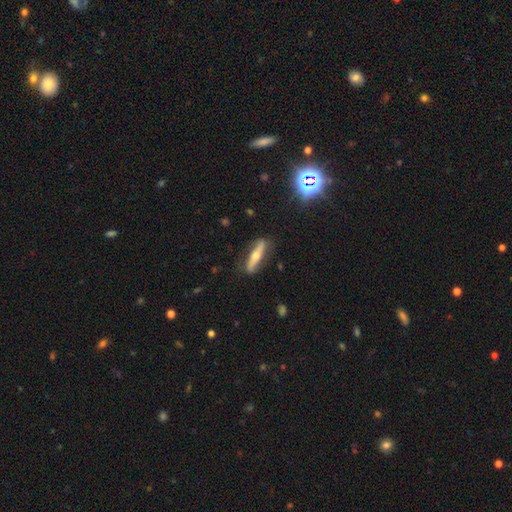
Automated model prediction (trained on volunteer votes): Smooth or featured?
  - featured or disk: 61% *
  - smooth: 31%
  - star or artifact: 8%
Edge-on disk?
  - yes: 76% *
  - no: 24%
Merging?
  - none: 82% *
  - minor disturbance: 13%
  - major disturbance: 3%
  - merger: 1%